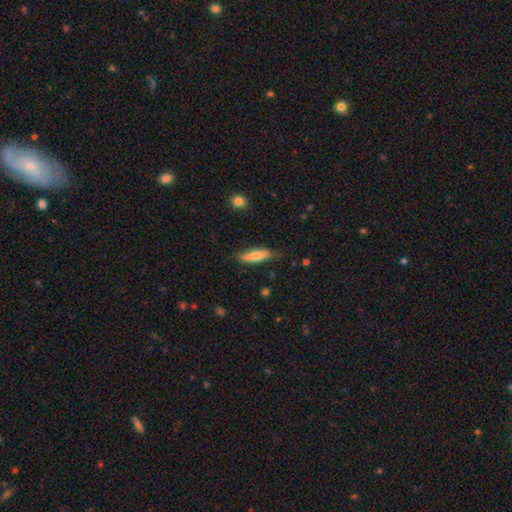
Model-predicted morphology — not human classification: type=smooth (69%); roundness=cigar-shaped (67%); merging=none (81%).